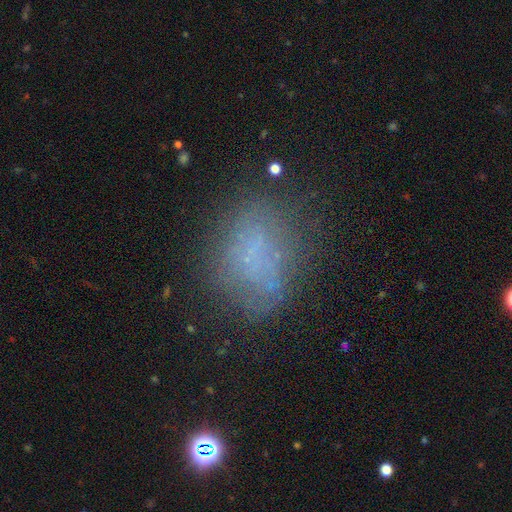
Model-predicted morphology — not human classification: Overall: smooth (48%; featured or disk 32%). Merging: none (58%; minor disturbance 21%).